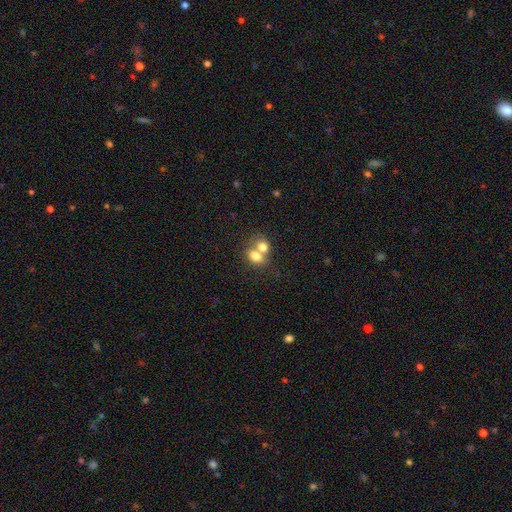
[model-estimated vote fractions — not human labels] Smooth or featured?
  - smooth: 75% *
  - featured or disk: 15%
  - star or artifact: 10%
How rounded?
  - in between: 59% *
  - round: 40%
  - cigar-shaped: 1%
Merging?
  - merger: 64% *
  - none: 27%
  - minor disturbance: 6%
  - major disturbance: 3%